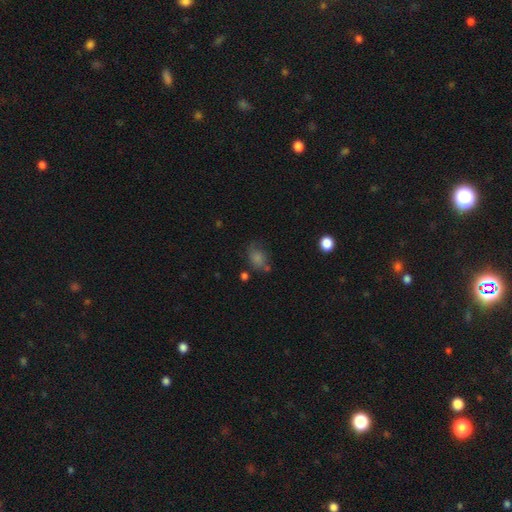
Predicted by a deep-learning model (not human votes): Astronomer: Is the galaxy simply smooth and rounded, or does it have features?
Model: smooth — 58%.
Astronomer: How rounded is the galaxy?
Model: in between — 61% (runner-up: round, 37%).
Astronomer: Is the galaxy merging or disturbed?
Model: none — 61%.